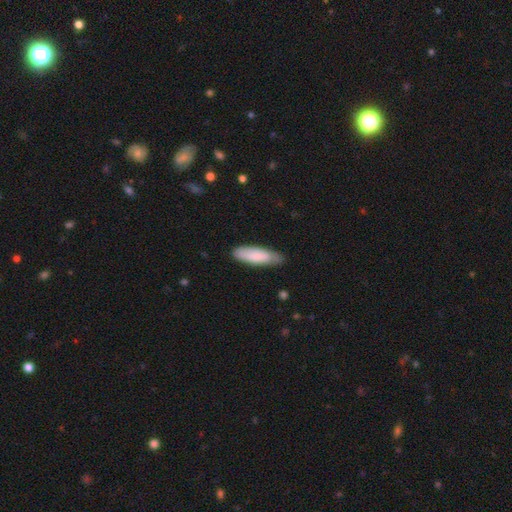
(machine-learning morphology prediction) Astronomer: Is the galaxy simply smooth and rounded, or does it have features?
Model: smooth — 81%.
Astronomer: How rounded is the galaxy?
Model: cigar-shaped — 51% (runner-up: in between, 48%).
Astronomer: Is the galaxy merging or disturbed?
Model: none — 77%.